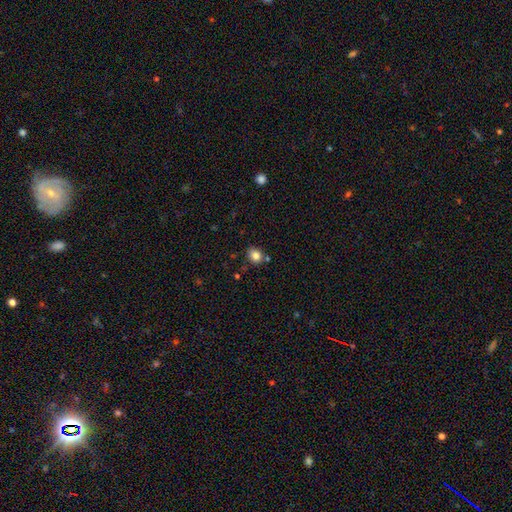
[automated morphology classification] A smooth galaxy with no disk features (83%) that is round (64%). Merging: none (76%).